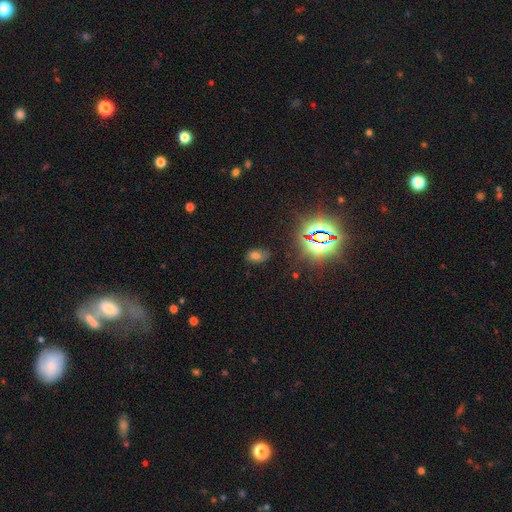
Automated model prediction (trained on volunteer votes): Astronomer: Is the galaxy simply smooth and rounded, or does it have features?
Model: smooth — 59%.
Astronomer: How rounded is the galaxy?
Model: in between — 84%.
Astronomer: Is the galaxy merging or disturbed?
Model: none — 73%.